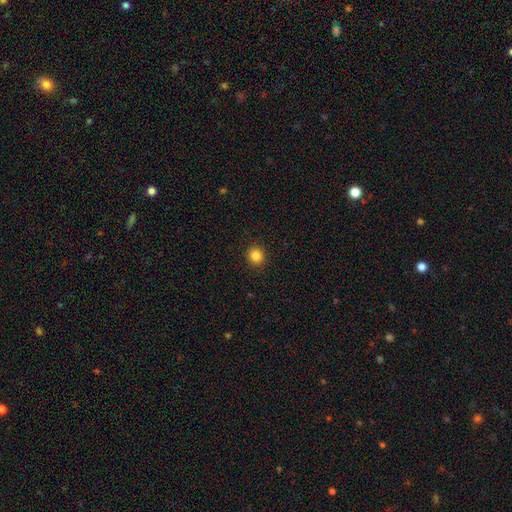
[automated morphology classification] smooth 84%, star or artifact 11%, featured or disk 4%. Down the decision tree: how rounded — round (87%); merging — none (92%).